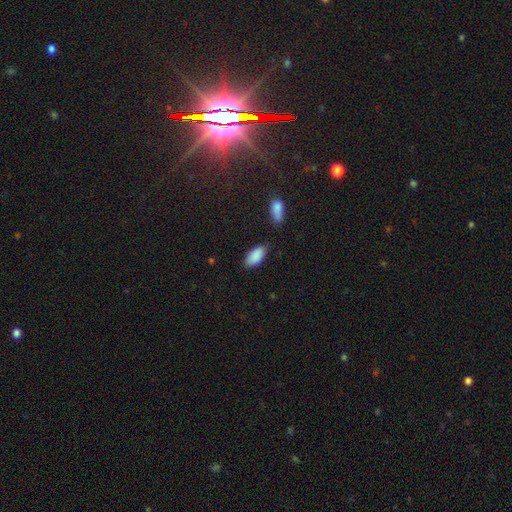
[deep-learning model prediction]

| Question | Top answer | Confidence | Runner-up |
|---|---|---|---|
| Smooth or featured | smooth | 89% | star or artifact (6%) |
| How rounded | in between | 90% | cigar-shaped (8%) |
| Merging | none | 77% | minor disturbance (15%) |